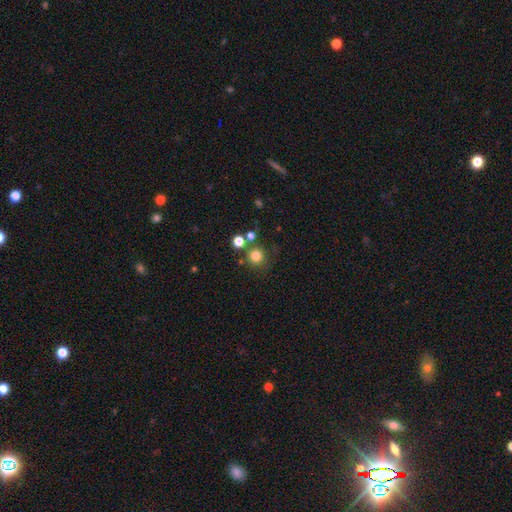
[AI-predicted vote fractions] Smooth or featured?
  - smooth: 78% *
  - star or artifact: 15%
  - featured or disk: 7%
How rounded?
  - round: 94% *
  - in between: 5%
  - cigar-shaped: 1%
Merging?
  - none: 74% *
  - merger: 13%
  - minor disturbance: 9%
  - major disturbance: 4%